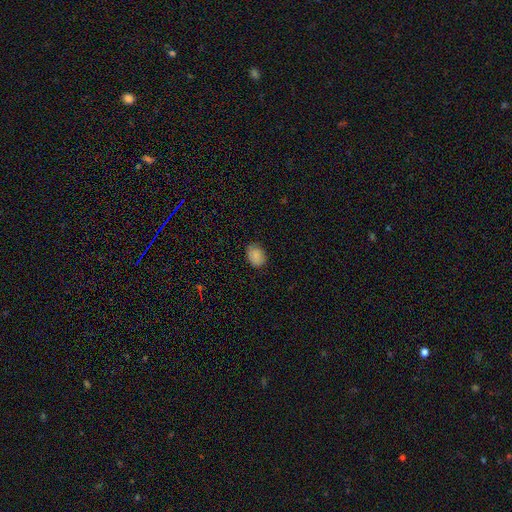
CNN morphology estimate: A smooth galaxy with no disk features (84%) that is in between round and cigar-shaped (66%). Merging: none (79%).